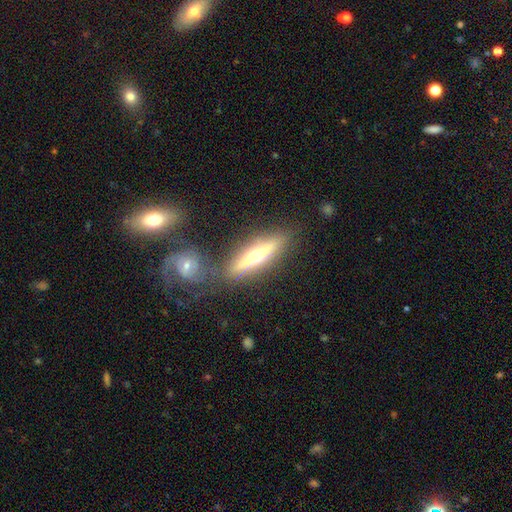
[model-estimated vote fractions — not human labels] Q: Smooth or featured?
A: featured or disk (64%); runner-up: smooth (29%)
Q: Edge-on disk?
A: yes (86%); runner-up: no (14%)
Q: Edge-on bulge?
A: rounded (91%); runner-up: none (6%)
Q: Merging?
A: none (72%); runner-up: merger (13%)